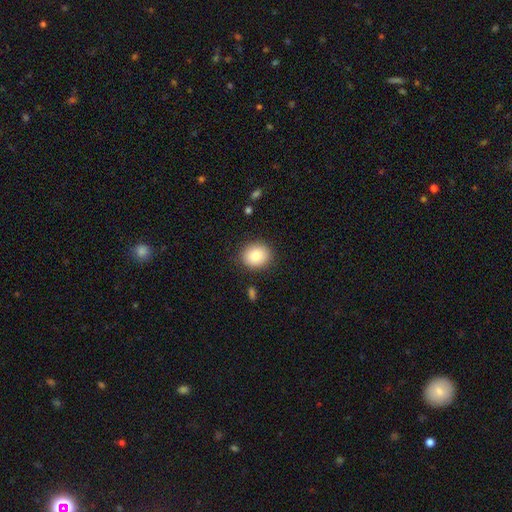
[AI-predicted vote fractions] This appears to be a smooth galaxy with no disk features (82%) that is round (75%). Merging: none (87%).